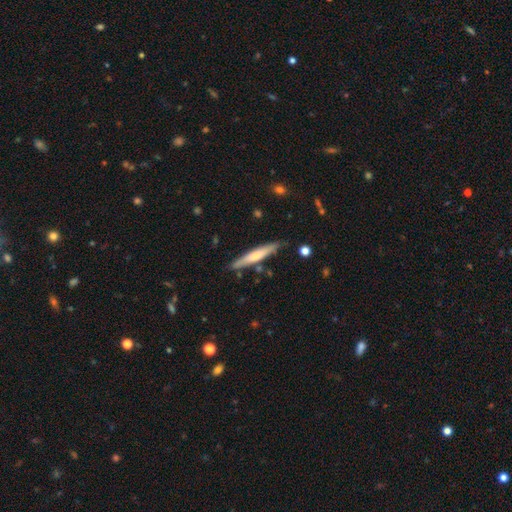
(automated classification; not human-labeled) This appears to be a smooth galaxy with no disk features (56%) that is cigar-shaped (92%). Merging: none (81%).